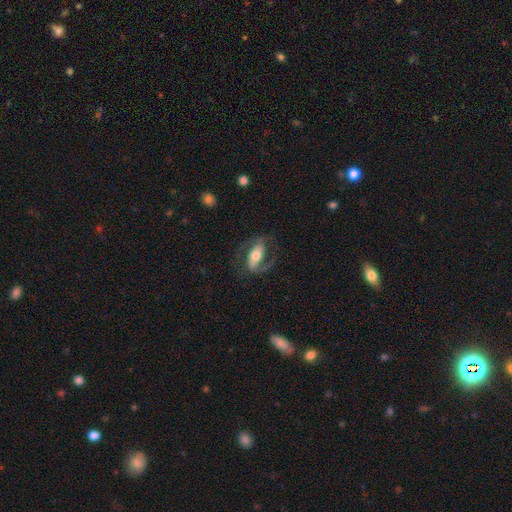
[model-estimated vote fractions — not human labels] Q: Smooth or featured?
A: featured or disk (72%); runner-up: smooth (22%)
Q: Edge-on disk?
A: no (91%); runner-up: yes (9%)
Q: Bar?
A: strong (48%); runner-up: weak (28%)
Q: Spiral arms?
A: yes (87%); runner-up: no (13%)
Q: Spiral winding?
A: medium (49%); runner-up: loose (29%)
Q: Spiral arm count?
A: 2 (78%); runner-up: 1 (14%)
Q: Bulge size?
A: moderate (62%); runner-up: small (17%)
Q: Merging?
A: none (66%); runner-up: minor disturbance (16%)